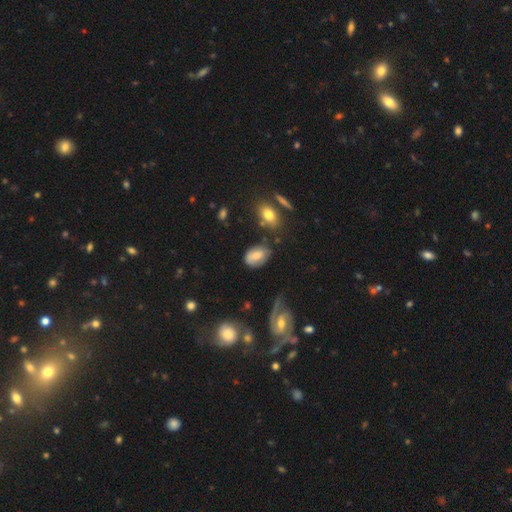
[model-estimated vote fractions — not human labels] A smooth galaxy with no disk features (70%) that is in between round and cigar-shaped (87%). Merging: none (61%).